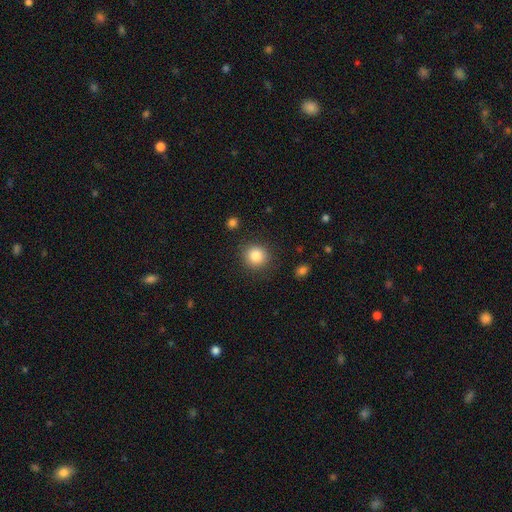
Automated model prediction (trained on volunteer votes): Smooth or featured? Predicted: smooth (p=0.84). How rounded? Predicted: round (p=0.89). Merging? Predicted: none (p=0.88).